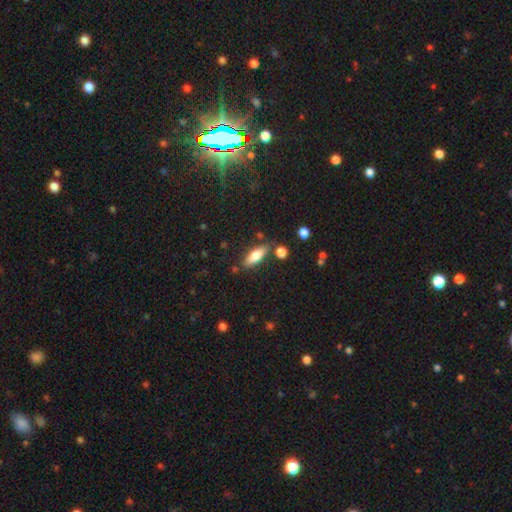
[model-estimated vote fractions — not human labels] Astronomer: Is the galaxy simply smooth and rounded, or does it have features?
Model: smooth — 77%.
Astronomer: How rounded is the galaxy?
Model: in between — 62%.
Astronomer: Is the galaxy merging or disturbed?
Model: none — 77%.